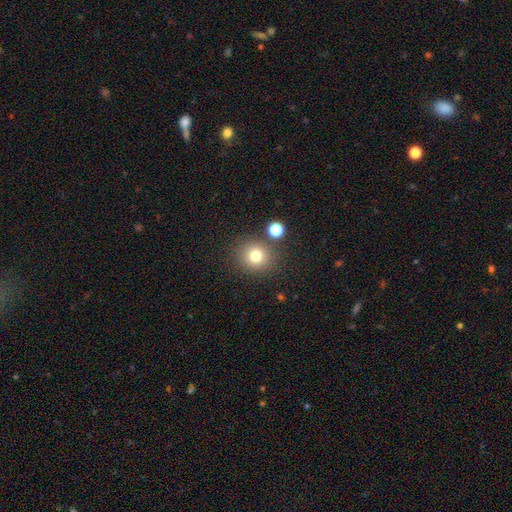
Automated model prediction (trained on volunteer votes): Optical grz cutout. It shows a smooth galaxy with no disk features (77%) that is round (86%). Merging: none (81%).